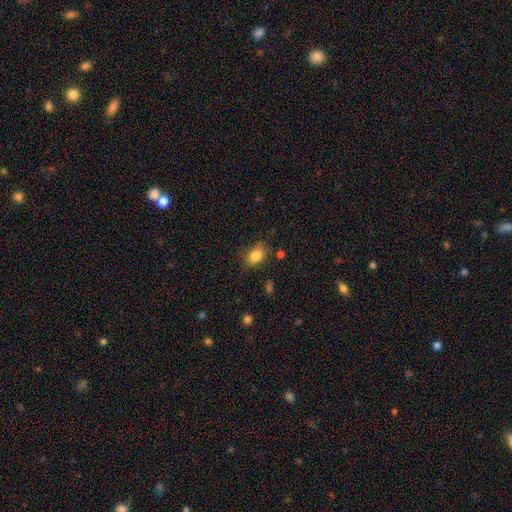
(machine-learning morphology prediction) Smooth or featured: smooth — 84% (star or artifact — 9%)
How rounded: in between — 75% (round — 24%)
Merging: none — 76% (minor disturbance — 17%)